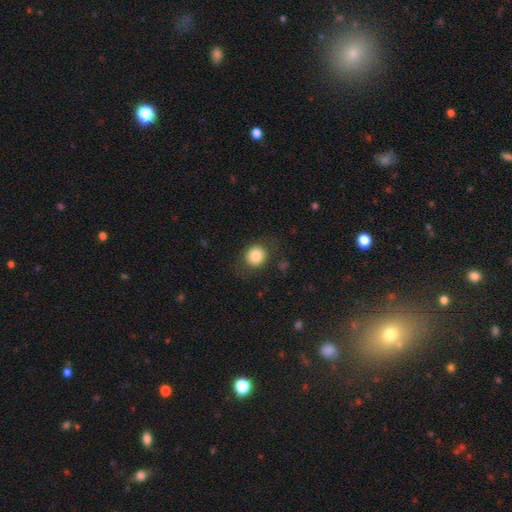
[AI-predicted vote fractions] Q: Smooth or featured?
A: smooth (81%); runner-up: featured or disk (10%)
Q: How rounded?
A: round (83%); runner-up: in between (16%)
Q: Merging?
A: none (82%); runner-up: minor disturbance (11%)